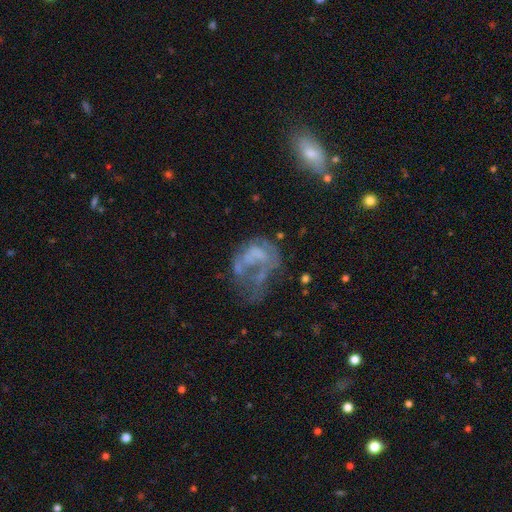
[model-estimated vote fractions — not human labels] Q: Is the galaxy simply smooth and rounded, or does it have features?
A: featured or disk — 60%.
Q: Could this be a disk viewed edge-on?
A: no — 98%.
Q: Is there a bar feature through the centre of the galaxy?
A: no — 85%.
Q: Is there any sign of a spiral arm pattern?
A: no — 85%.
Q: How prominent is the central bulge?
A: none — 68%.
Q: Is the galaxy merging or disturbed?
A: major disturbance — 47%.